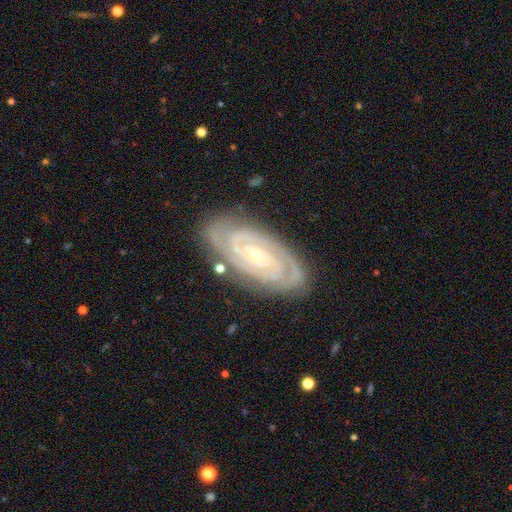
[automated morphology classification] Smooth or featured: featured or disk — 91% (star or artifact — 5%)
Edge-on disk: no — 96% (yes — 4%)
Bar: no — 57% (weak — 27%)
Spiral arms: yes — 98% (no — 2%)
Spiral winding: tight — 82% (medium — 16%)
Spiral arm count: 2 — 64% (3 — 16%)
Bulge size: small — 76% (moderate — 22%)
Merging: none — 83% (minor disturbance — 13%)